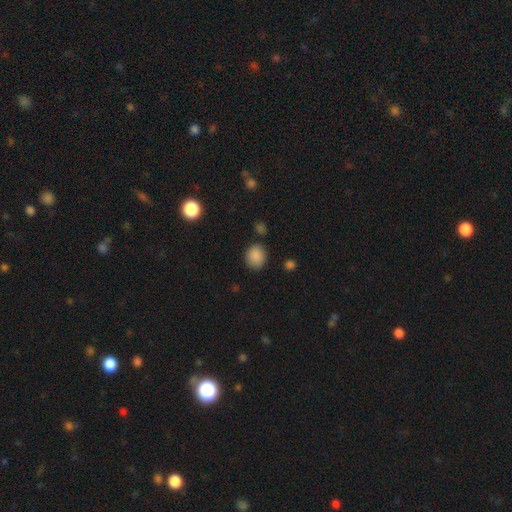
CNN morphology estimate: A smooth galaxy with no disk features (87%) that is round (76%). Merging: none (81%).